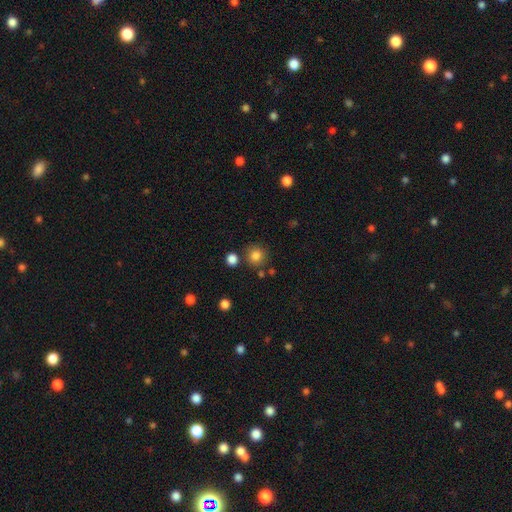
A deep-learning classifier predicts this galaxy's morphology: This is clearly a smooth galaxy (83%). How rounded: clearly round (92%). Merging: clearly none (81%).